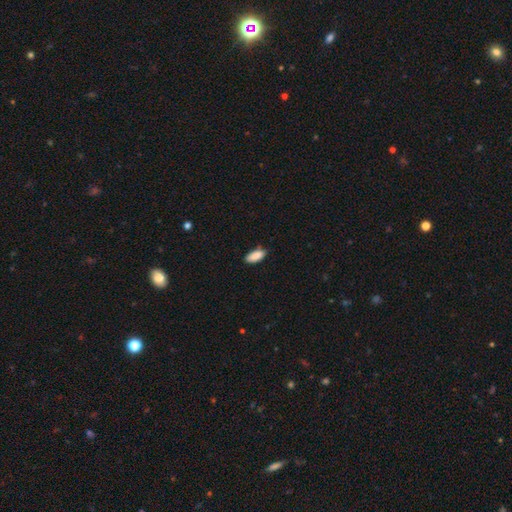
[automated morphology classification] smooth-or-featured: smooth: 89% | star or artifact: 7% | featured or disk: 4%
  how-rounded: in between: 87% | cigar-shaped: 11% | round: 2%
  merging: none: 76% | minor disturbance: 19% | major disturbance: 3% | merger: 2%